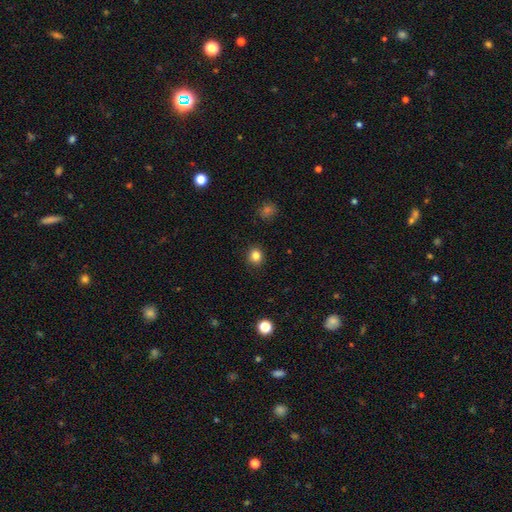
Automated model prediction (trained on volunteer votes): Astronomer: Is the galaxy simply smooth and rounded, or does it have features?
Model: smooth — 84%.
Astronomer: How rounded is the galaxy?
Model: round — 79%.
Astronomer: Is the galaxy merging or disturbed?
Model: none — 90%.